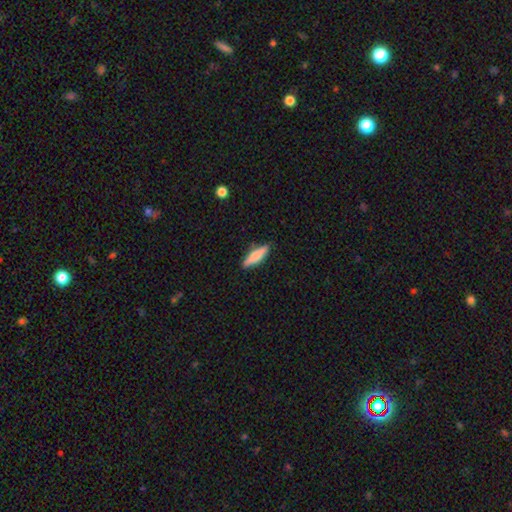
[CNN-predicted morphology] Smooth or featured?
  - smooth: 68% *
  - featured or disk: 26%
  - star or artifact: 6%
How rounded?
  - cigar-shaped: 70% *
  - in between: 28%
  - round: 2%
Merging?
  - none: 87% *
  - minor disturbance: 10%
  - major disturbance: 2%
  - merger: 1%